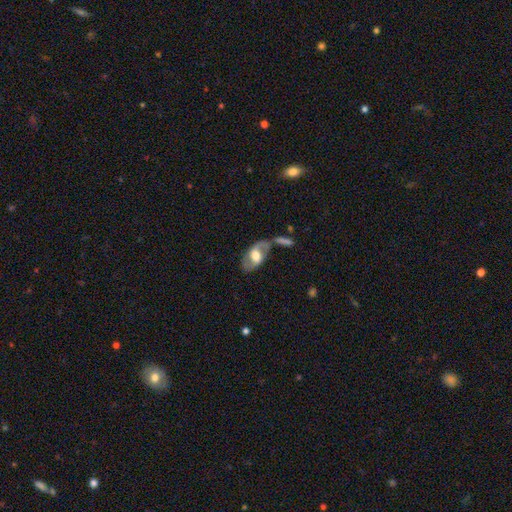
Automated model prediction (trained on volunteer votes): A featured or disk galaxy (64%) with a weak bar (44%), spiral arms (74%) and a large central bulge (44%).

Vote fractions:
- Smooth or featured? featured or disk: 64% / smooth: 29% / star or artifact: 6%
- Edge-on disk? no: 91% / yes: 9%
- Bar? weak: 44% / no: 32% / strong: 24%
- Spiral arms? yes: 74% / no: 26%
- Bulge size? large: 44% / moderate: 43% / small: 6% / dominant: 4% / none: 3%
- Merging? none: 48% / merger: 20% / minor disturbance: 19% / major disturbance: 13%